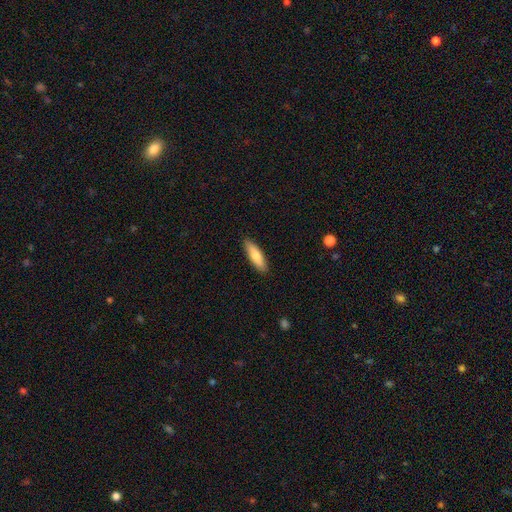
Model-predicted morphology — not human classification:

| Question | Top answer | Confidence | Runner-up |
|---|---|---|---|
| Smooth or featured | smooth | 75% | featured or disk (19%) |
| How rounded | cigar-shaped | 60% | in between (39%) |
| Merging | none | 89% | minor disturbance (9%) |